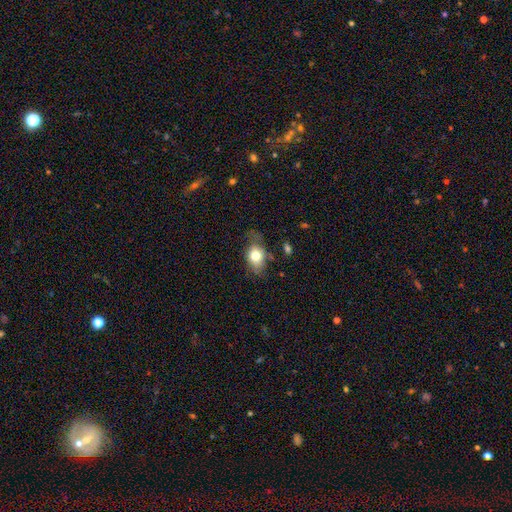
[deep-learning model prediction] Morphology: type=smooth (73%); roundness=in between (72%); merging=none (51%).